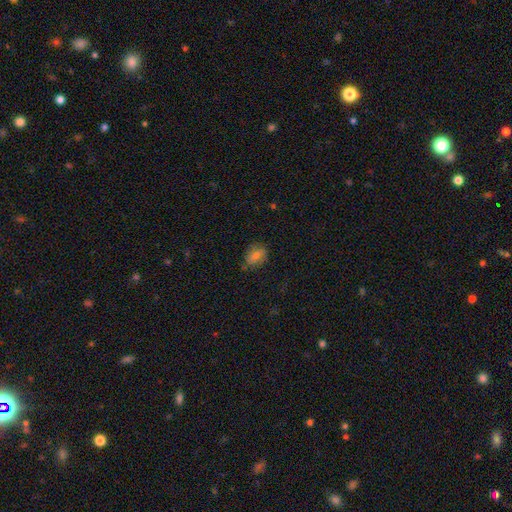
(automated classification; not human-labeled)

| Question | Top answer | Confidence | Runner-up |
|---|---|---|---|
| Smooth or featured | smooth | 67% | featured or disk (23%) |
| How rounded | in between | 67% | round (31%) |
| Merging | none | 76% | minor disturbance (18%) |